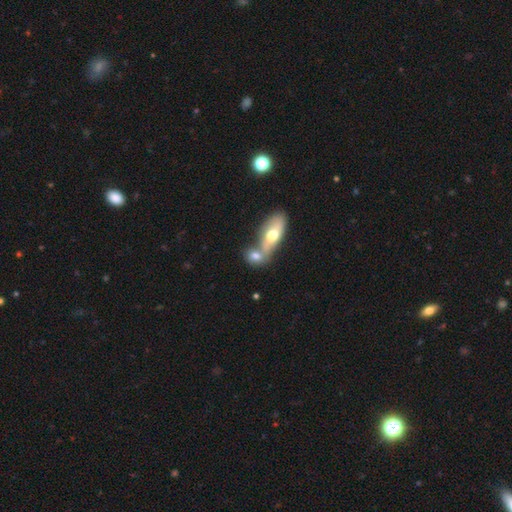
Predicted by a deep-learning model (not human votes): The model was most divided on "merging": merger: 58%, none: 30%, minor disturbance: 8%, major disturbance: 4%. More confident: smooth or featured — smooth (72%); how rounded — in between (66%).